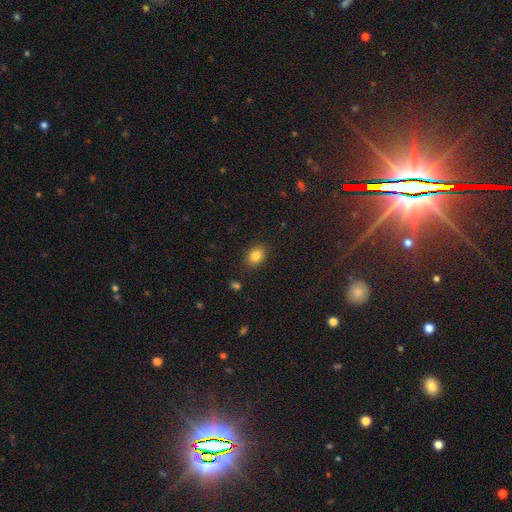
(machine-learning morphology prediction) smooth 84%, star or artifact 10%, featured or disk 6%. Down the decision tree: how rounded — in between (55%); merging — none (86%).